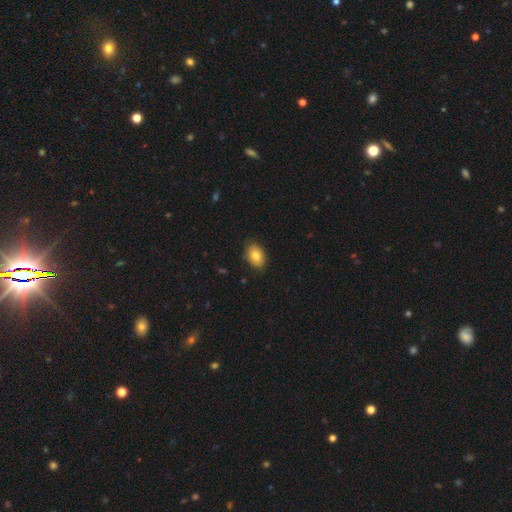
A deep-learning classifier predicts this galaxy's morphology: A smooth galaxy with no disk features (81%) that is in between round and cigar-shaped (81%).

Vote fractions:
- Smooth or featured? smooth: 81% / featured or disk: 12% / star or artifact: 8%
- How rounded? in between: 81% / round: 18% / cigar-shaped: 1%
- Merging? none: 84% / minor disturbance: 13% / major disturbance: 2% / merger: 1%